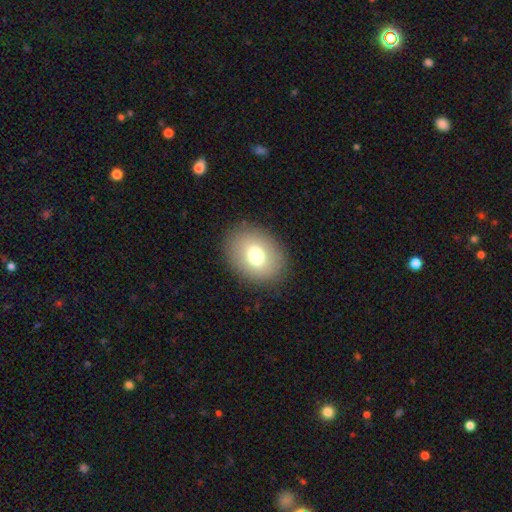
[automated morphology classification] This is likely a smooth galaxy (72%). How rounded: possibly in between (59%). Merging: clearly none (86%).